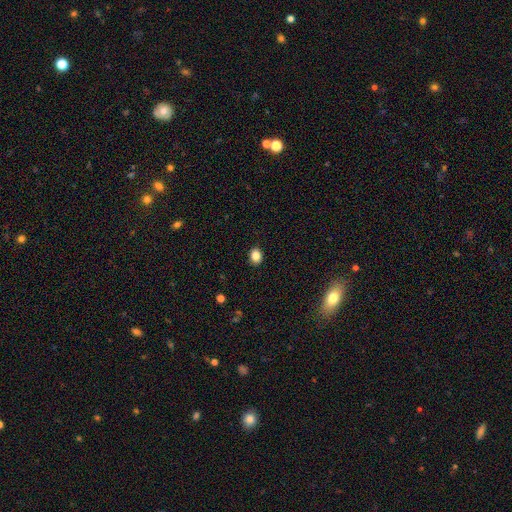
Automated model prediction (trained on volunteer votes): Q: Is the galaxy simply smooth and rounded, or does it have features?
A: smooth — 85%.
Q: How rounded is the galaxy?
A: in between — 55%.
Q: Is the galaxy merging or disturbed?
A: none — 90%.